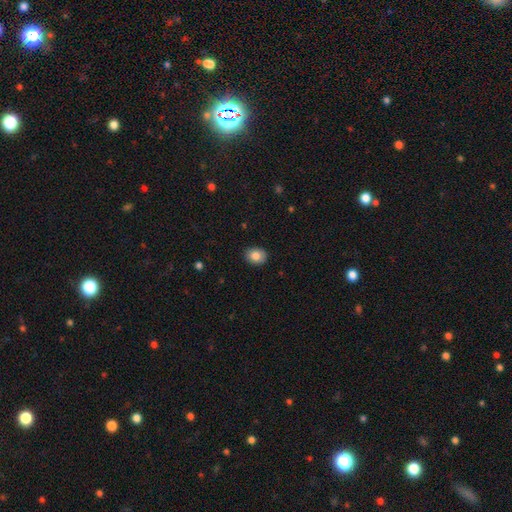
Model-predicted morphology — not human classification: This is clearly a smooth galaxy (83%). How rounded: possibly in between (53%). Merging: clearly none (90%).